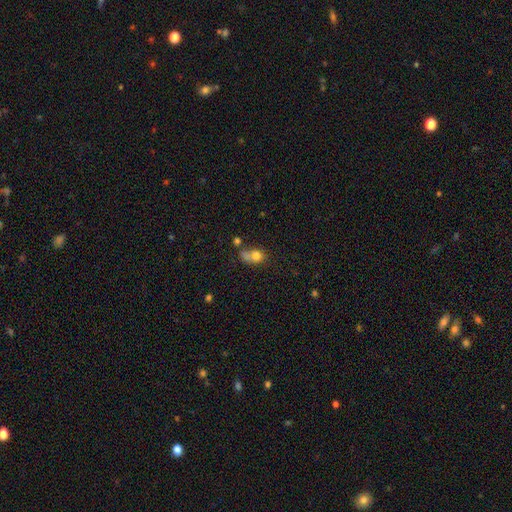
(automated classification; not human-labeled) The model was most divided on "merging": merger: 43%, none: 30%, minor disturbance: 15%, major disturbance: 12%. More confident: smooth or featured — smooth (73%); how rounded — round (57%).